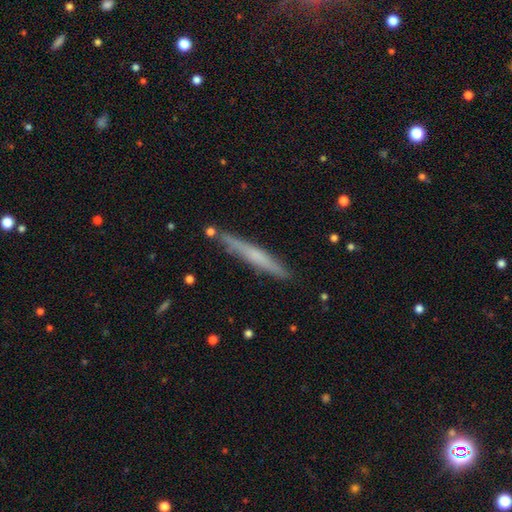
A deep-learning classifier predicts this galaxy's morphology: The model was most divided on "smooth or featured": smooth: 49%, featured or disk: 45%, star or artifact: 6%. More confident: merging — none (85%).